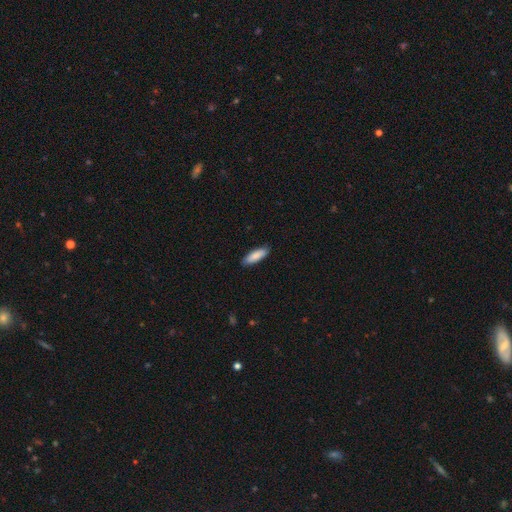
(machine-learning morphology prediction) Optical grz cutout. It shows a smooth galaxy with no disk features (88%) that is in between round and cigar-shaped (50%). Merging: none (89%).